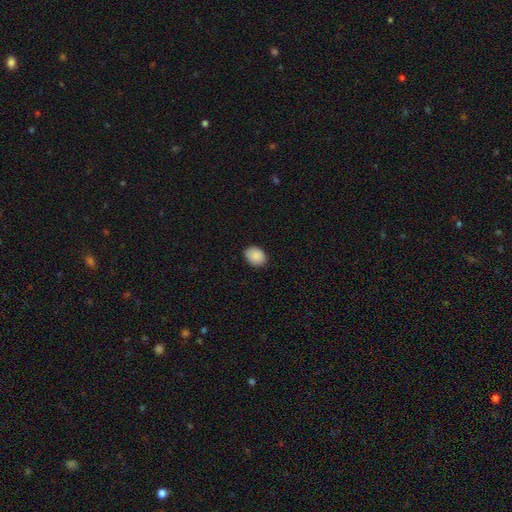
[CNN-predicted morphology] This appears to be a smooth galaxy with no disk features (90%) that is in between round and cigar-shaped (60%). Merging: none (85%).